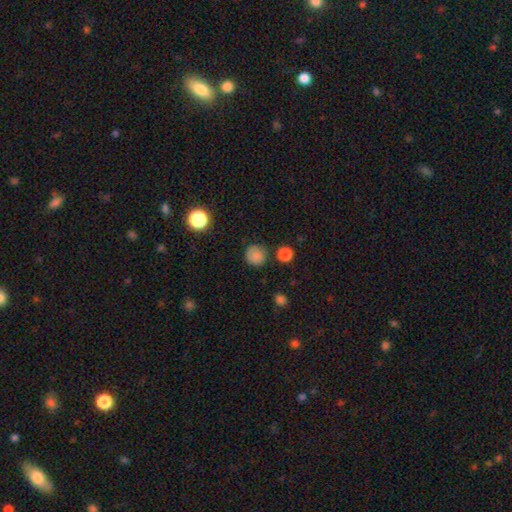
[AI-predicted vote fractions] smooth 79%, star or artifact 13%, featured or disk 8%. Down the decision tree: how rounded — round (91%); merging — none (77%).